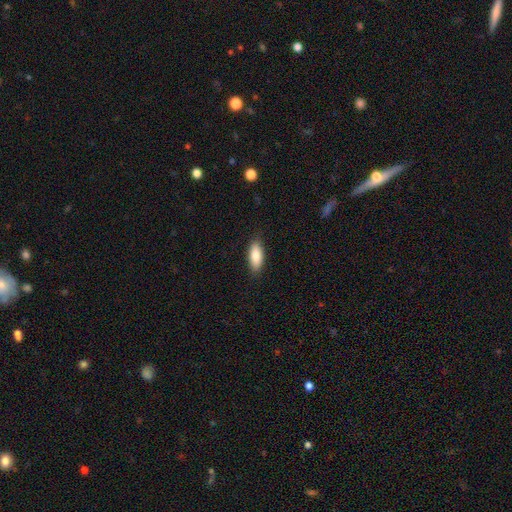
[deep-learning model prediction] smooth 85%, featured or disk 9%, star or artifact 6%. Down the decision tree: how rounded — in between (78%); merging — none (86%).